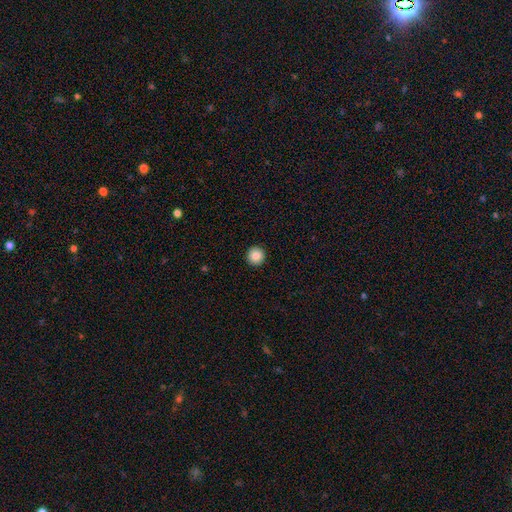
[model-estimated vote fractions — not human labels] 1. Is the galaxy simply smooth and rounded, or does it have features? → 88% smooth, 9% star or artifact, 4% featured or disk.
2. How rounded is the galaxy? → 96% round, 3% in between, 1% cigar-shaped.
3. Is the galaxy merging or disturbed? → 94% none, 4% minor disturbance, 1% major disturbance, 1% merger.